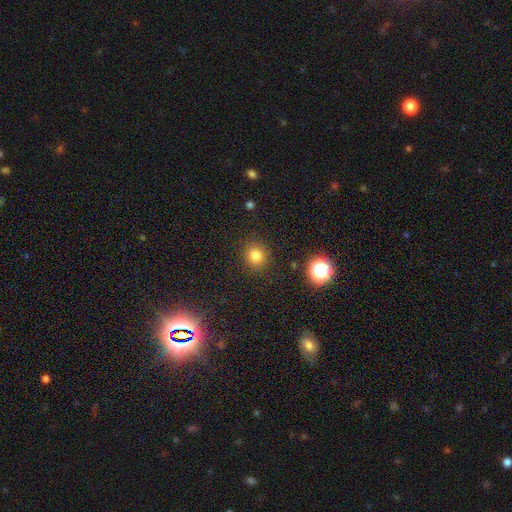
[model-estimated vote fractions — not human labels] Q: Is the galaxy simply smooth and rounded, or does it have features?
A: smooth — 79%.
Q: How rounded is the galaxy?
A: round — 85%.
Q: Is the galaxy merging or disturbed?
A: none — 88%.